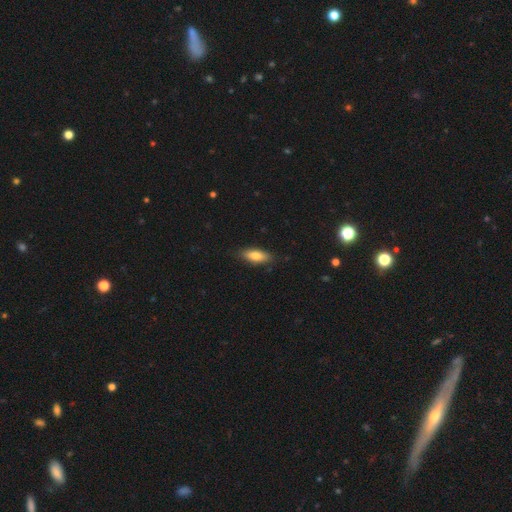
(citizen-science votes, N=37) smooth 78%, featured or disk 16%, star or artifact 5%. Down the decision tree: how rounded — in between (86%); merging — none (91%).